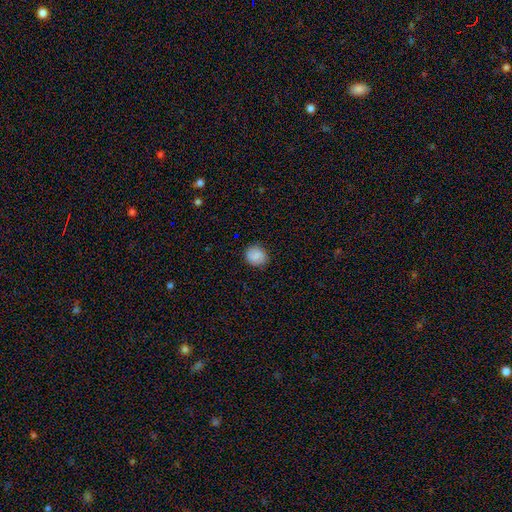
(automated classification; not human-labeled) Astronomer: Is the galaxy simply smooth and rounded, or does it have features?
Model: smooth — 86%.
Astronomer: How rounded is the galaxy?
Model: round — 77%.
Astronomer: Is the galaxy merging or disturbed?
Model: none — 85%.